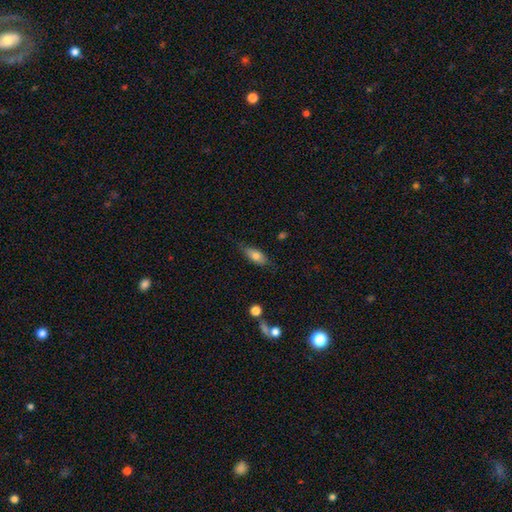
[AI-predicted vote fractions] A smooth galaxy with no disk features (75%) that is in between round and cigar-shaped (81%).

Vote fractions:
- Smooth or featured? smooth: 75% / featured or disk: 18% / star or artifact: 7%
- How rounded? in between: 81% / cigar-shaped: 16% / round: 3%
- Merging? none: 76% / minor disturbance: 18% / major disturbance: 4% / merger: 2%